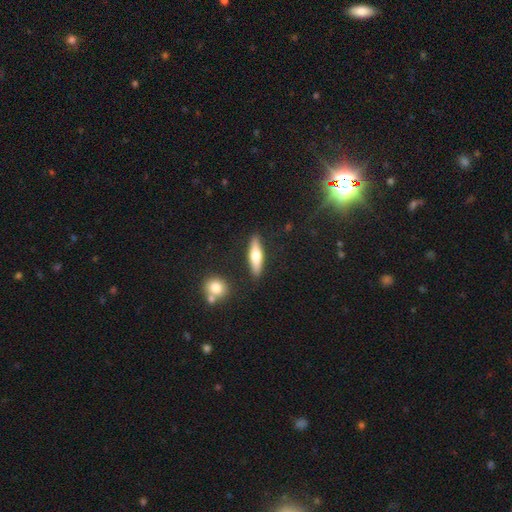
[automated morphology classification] Smooth or featured? smooth (54%)
How rounded? cigar-shaped (73%)
Merging? none (86%)